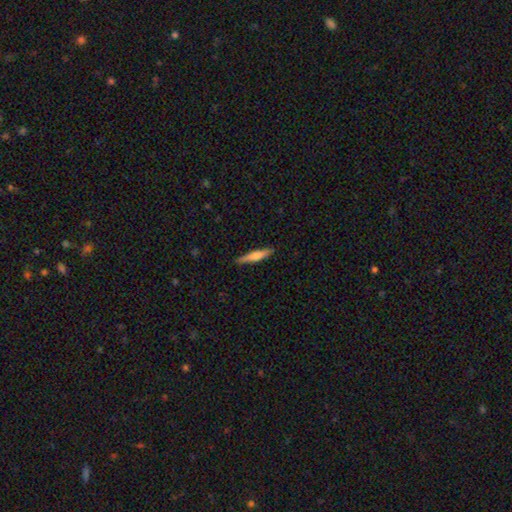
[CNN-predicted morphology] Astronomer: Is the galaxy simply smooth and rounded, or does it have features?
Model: smooth — 58% (runner-up: featured or disk, 36%).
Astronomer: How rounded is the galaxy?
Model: cigar-shaped — 89%.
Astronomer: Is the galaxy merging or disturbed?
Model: none — 89%.